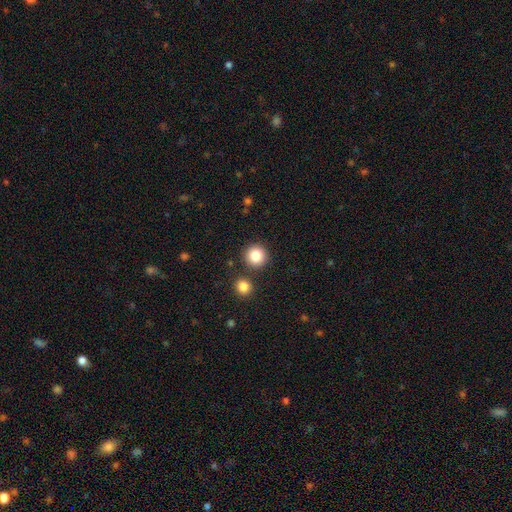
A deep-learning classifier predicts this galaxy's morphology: Smooth or featured: smooth — 84% (star or artifact — 10%)
How rounded: round — 94% (in between — 5%)
Merging: none — 86% (merger — 6%)